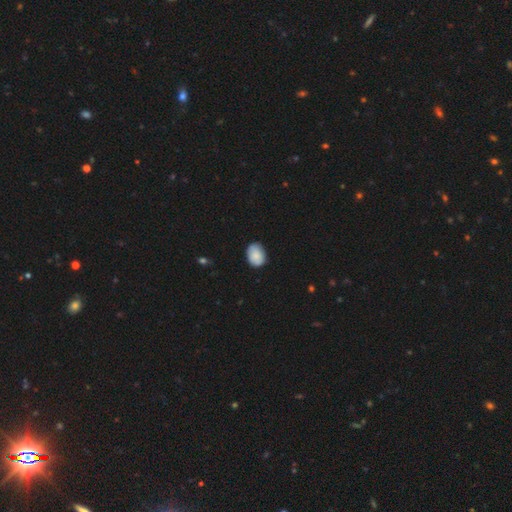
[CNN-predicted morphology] This is clearly a smooth galaxy (85%). How rounded: likely in between (67%). Merging: likely none (74%).